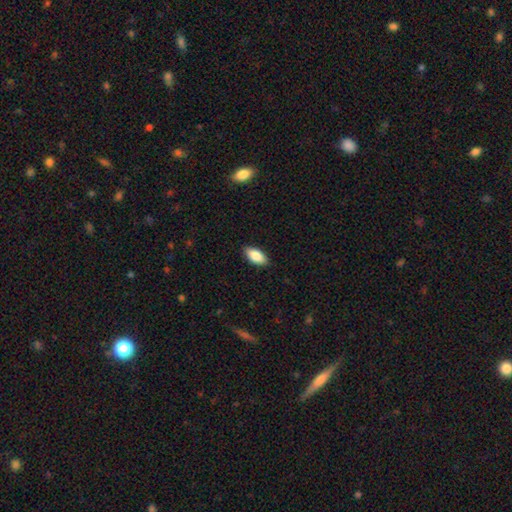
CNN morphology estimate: Smooth or featured? Predicted: smooth (p=0.84). How rounded? Predicted: in between (p=0.90). Merging? Predicted: none (p=0.88).